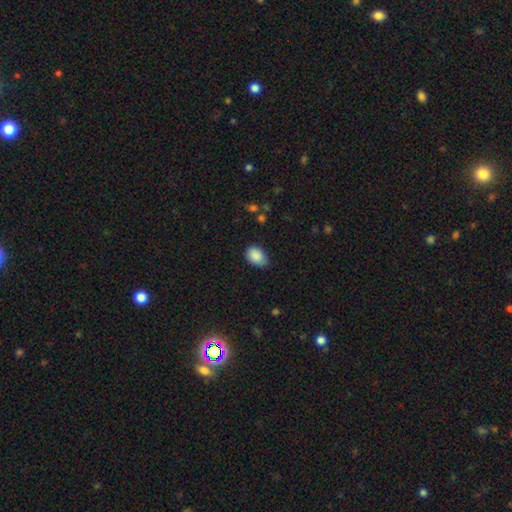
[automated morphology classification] Overall: smooth (88%). How rounded: in between (83%). Merging: none (65%; minor disturbance 29%).